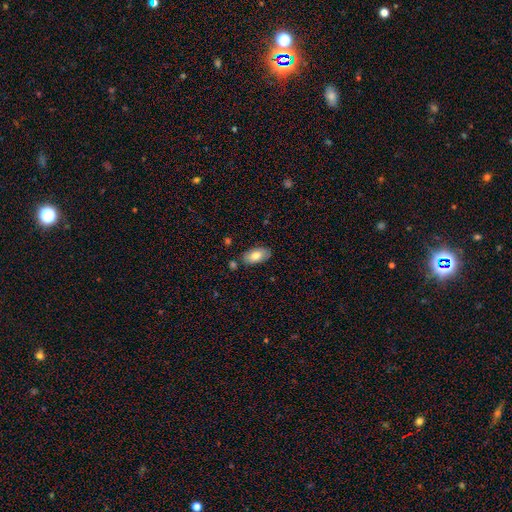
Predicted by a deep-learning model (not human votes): This is likely a smooth galaxy (78%). How rounded: clearly in between (94%). Merging: clearly none (81%).